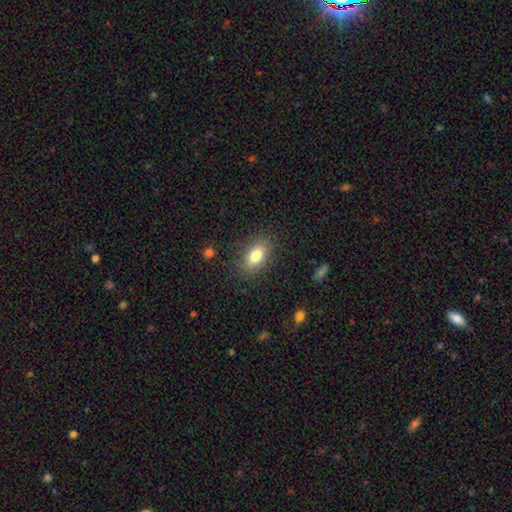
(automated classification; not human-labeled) Overall: smooth (79%). How rounded: in between (85%). Merging: none (85%).